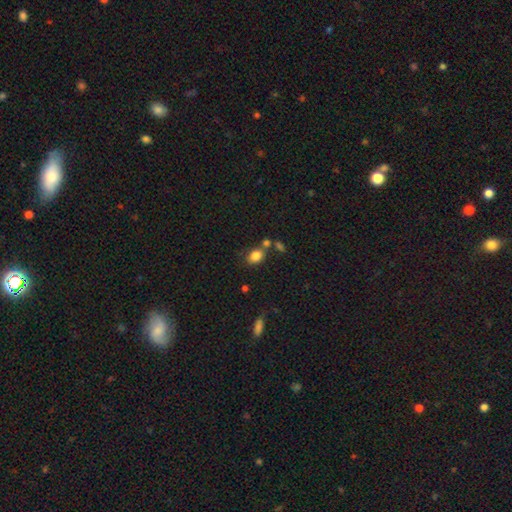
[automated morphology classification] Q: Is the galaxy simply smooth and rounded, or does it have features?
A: smooth — 83%.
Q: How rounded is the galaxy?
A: in between — 67%.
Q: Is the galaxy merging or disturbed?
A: none — 61%.